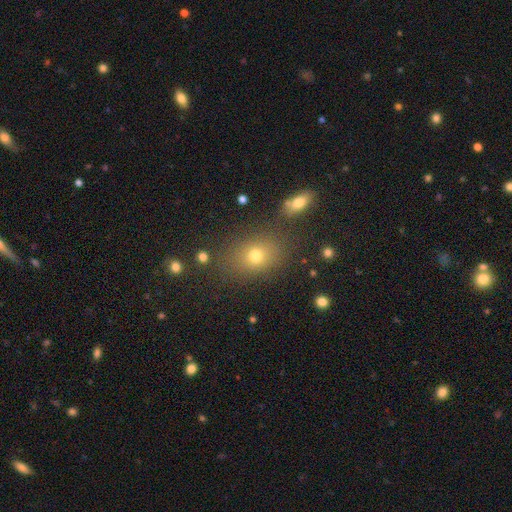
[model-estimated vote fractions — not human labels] This appears to be a smooth galaxy with no disk features (71%) that is in between round and cigar-shaped (64%). Merging: none (77%).